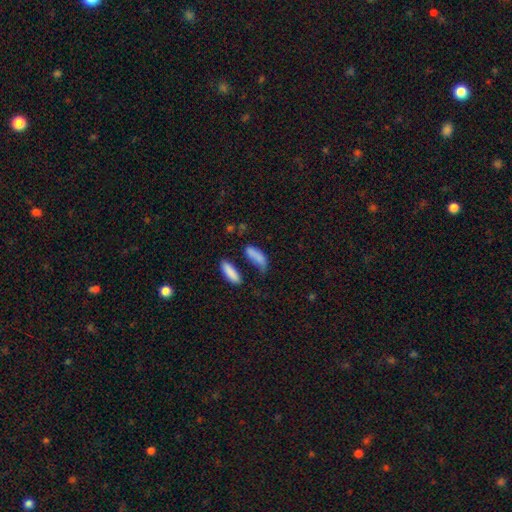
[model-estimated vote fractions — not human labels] A smooth galaxy with no disk features (81%) that is in between round and cigar-shaped (59%). Merging: none (43%).